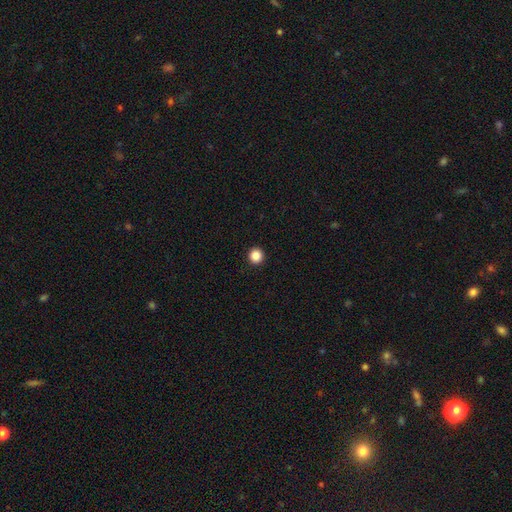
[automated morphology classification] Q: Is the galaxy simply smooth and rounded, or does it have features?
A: smooth — 86%.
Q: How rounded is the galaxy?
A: round — 96%.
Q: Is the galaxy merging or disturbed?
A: none — 94%.